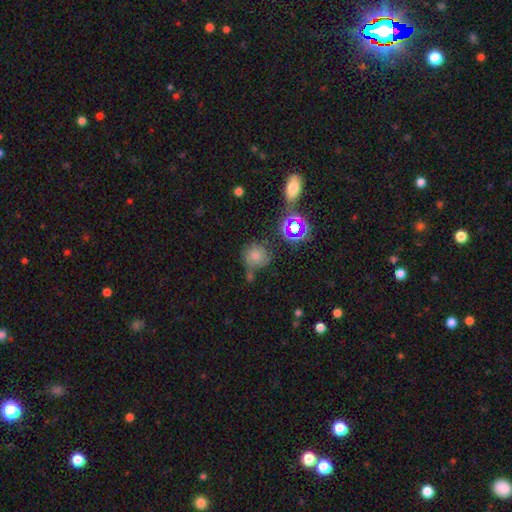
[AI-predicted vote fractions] Smooth or featured? Predicted: smooth (p=0.59). How rounded? Predicted: round (p=0.86). Merging? Predicted: none (p=0.52).